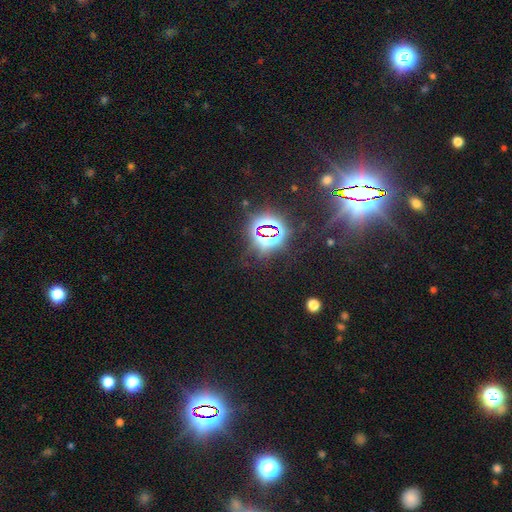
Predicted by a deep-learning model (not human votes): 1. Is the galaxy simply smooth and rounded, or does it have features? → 82% star or artifact, 11% smooth, 7% featured or disk.